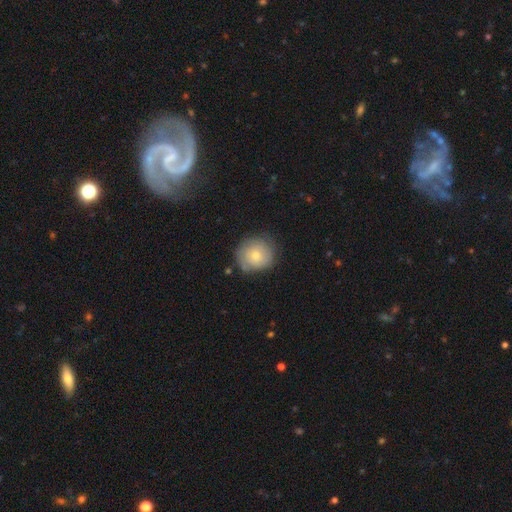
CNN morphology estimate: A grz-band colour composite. It shows a smooth galaxy with no disk features (70%) that is round (87%). Merging: none (72%).